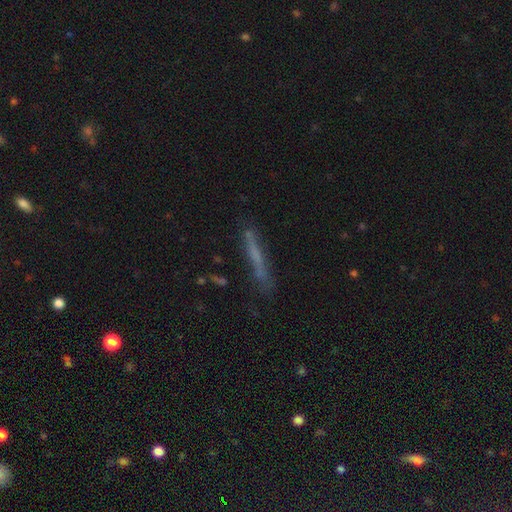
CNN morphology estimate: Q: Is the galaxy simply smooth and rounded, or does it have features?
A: smooth — 47%.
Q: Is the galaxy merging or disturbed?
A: none — 76%.